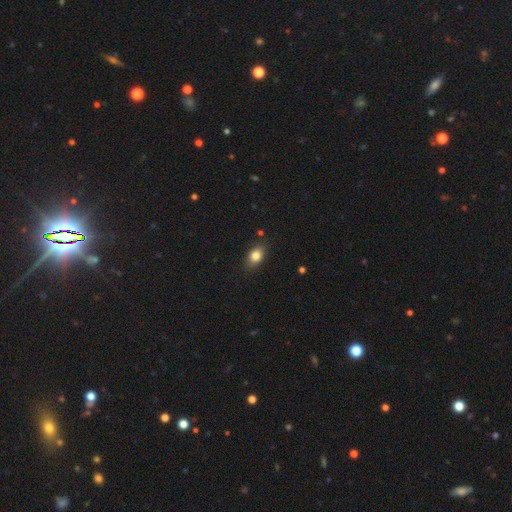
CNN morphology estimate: Smooth or featured? Predicted: smooth (p=0.82). How rounded? Predicted: in between (p=0.79). Merging? Predicted: none (p=0.83).